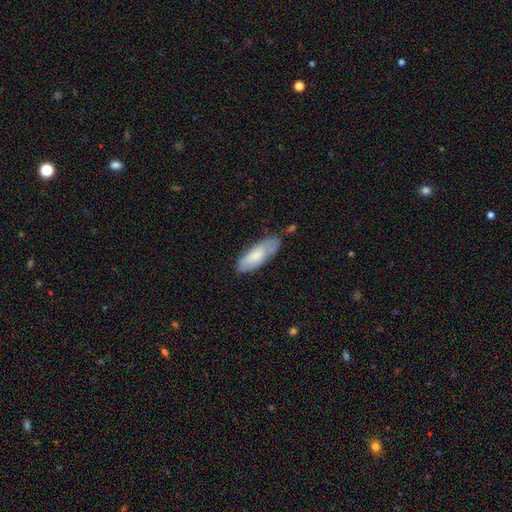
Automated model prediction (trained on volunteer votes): Smooth or featured? smooth (71%)
How rounded? in between (66%)
Merging? none (63%)